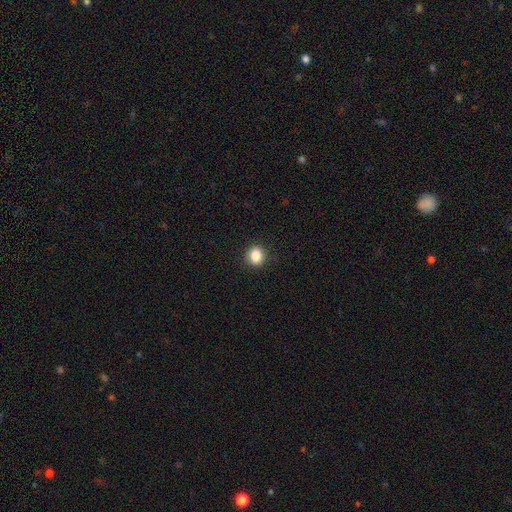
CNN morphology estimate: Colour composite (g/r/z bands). It shows a smooth galaxy with no disk features (86%) that is round (64%). Merging: none (90%).